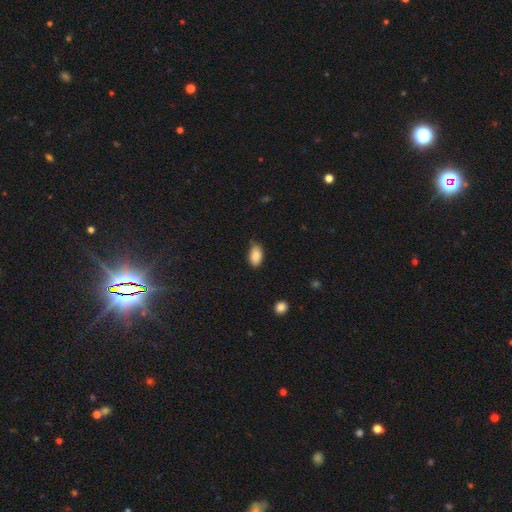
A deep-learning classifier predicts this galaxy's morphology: Q: Smooth or featured?
A: smooth (89%); runner-up: star or artifact (7%)
Q: How rounded?
A: in between (93%); runner-up: round (5%)
Q: Merging?
A: none (77%); runner-up: minor disturbance (19%)